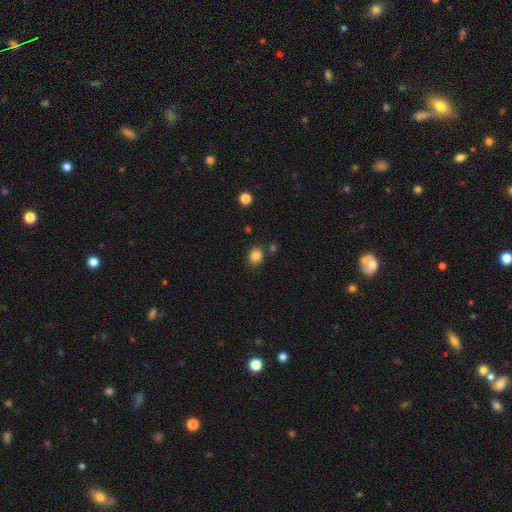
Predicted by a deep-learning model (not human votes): A smooth galaxy with no disk features (84%) that is round (63%). Merging: none (80%).